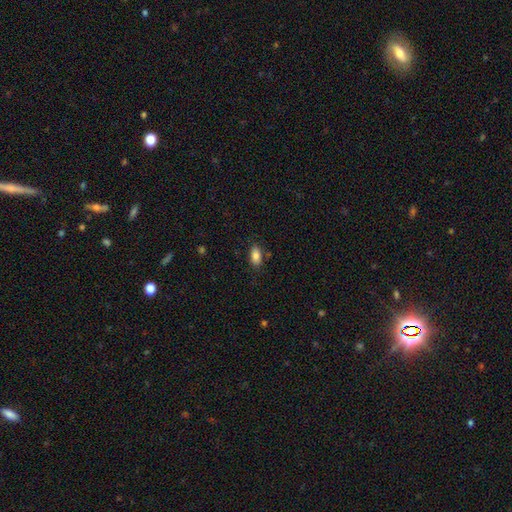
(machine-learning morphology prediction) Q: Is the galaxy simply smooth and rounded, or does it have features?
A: smooth — 85%.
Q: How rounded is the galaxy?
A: in between — 91%.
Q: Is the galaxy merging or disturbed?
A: none — 82%.